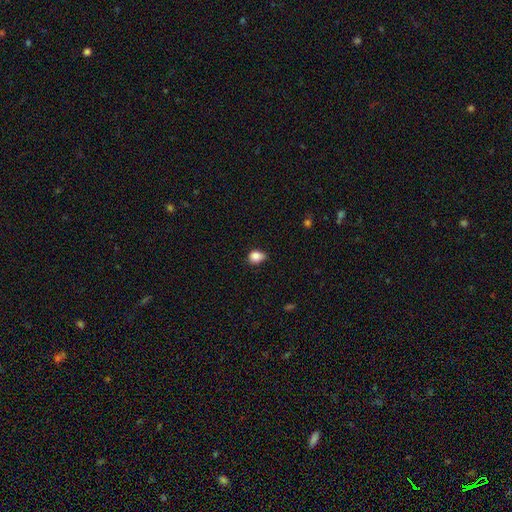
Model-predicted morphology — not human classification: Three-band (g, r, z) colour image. It shows a smooth galaxy with no disk features (85%) that is in between round and cigar-shaped (51%). Merging: none (63%).